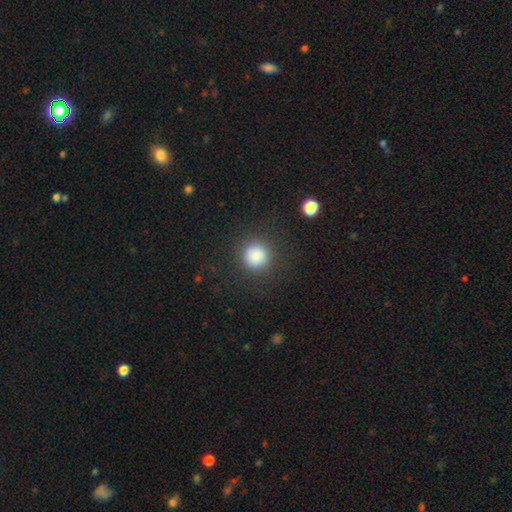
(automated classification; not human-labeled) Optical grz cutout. It shows a smooth galaxy with no disk features (85%) that is round (94%). Merging: none (87%).